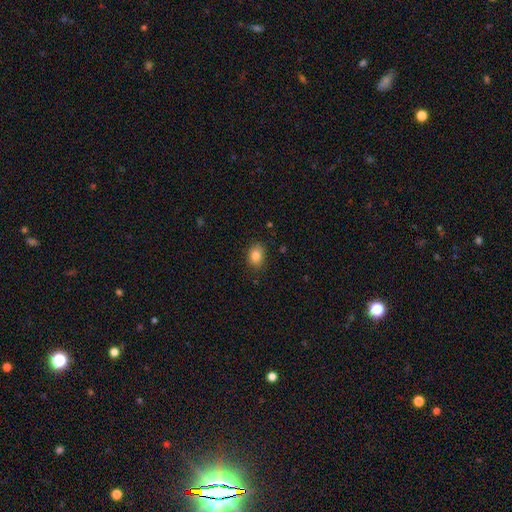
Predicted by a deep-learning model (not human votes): This appears to be a smooth galaxy with no disk features (84%) that is in between round and cigar-shaped (69%). Merging: none (84%).